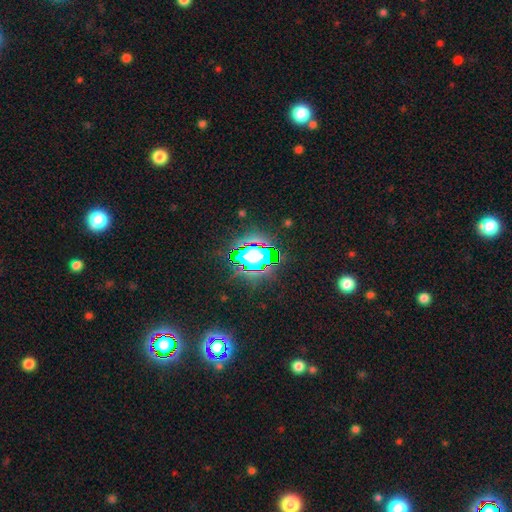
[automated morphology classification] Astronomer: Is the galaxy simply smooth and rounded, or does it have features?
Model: star or artifact — 73%.